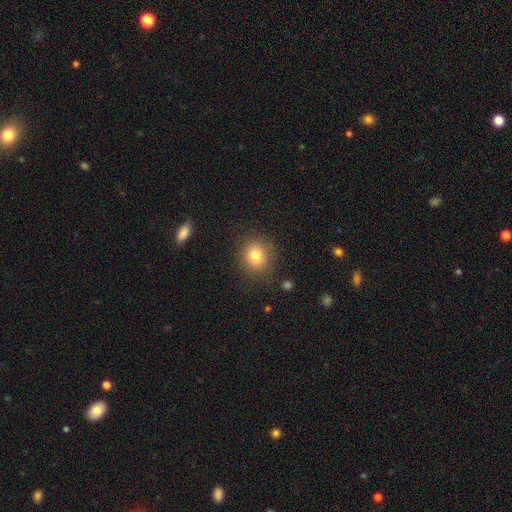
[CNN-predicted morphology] Smooth or featured? smooth (79%)
How rounded? round (83%)
Merging? none (86%)